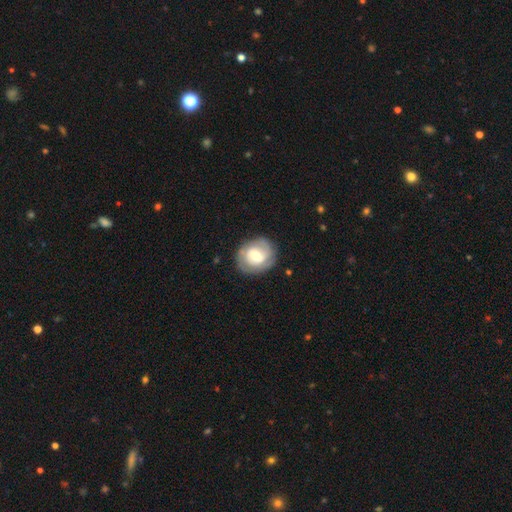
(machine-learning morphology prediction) A featured or disk galaxy (67%) with a weak bar (46%), 2 (53%) tight (62%) spiral arms (80%) and a moderate central bulge (65%). Merging: none (79%).